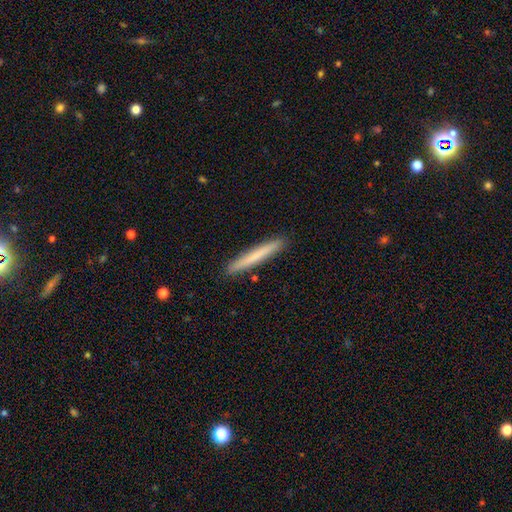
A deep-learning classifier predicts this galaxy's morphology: The model was most divided on "smooth or featured": smooth: 72%, featured or disk: 23%, star or artifact: 6%. More confident: how rounded — cigar-shaped (97%); merging — none (92%).